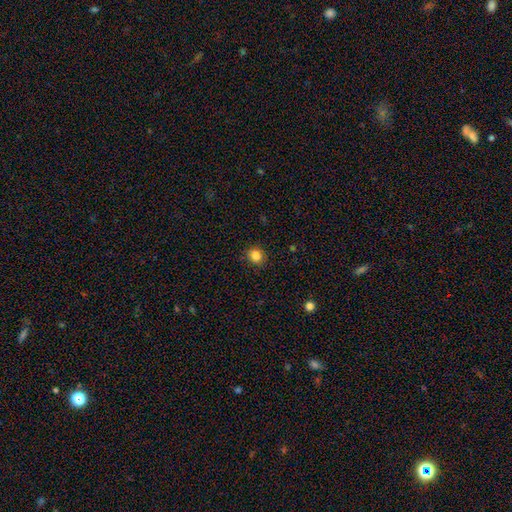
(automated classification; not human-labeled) smooth 84%, star or artifact 11%, featured or disk 5%. Down the decision tree: how rounded — round (83%); merging — none (90%).